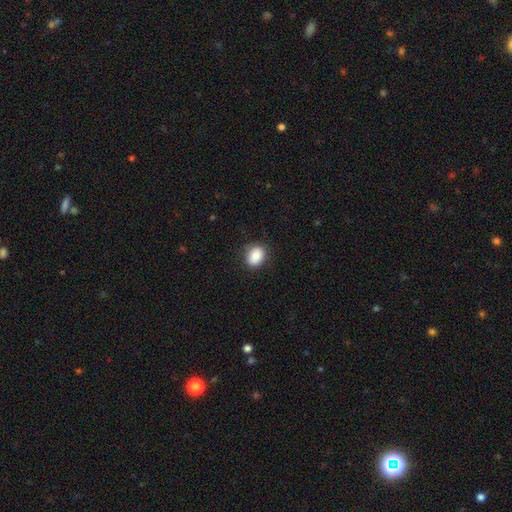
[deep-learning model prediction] This appears to be a smooth galaxy with no disk features (85%) that is in between round and cigar-shaped (58%). Merging: none (84%).